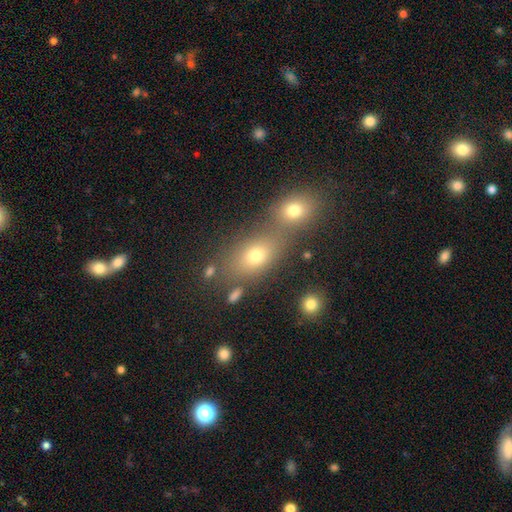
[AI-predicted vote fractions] The model was most divided on "merging": none: 46%, merger: 42%, minor disturbance: 8%, major disturbance: 4%. More confident: smooth or featured — smooth (64%); how rounded — in between (63%).